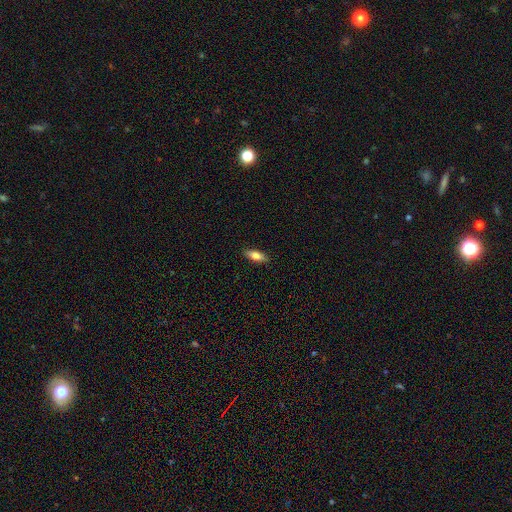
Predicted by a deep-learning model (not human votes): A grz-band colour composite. It shows a smooth galaxy with no disk features (77%) that is in between round and cigar-shaped (66%). Merging: none (88%).